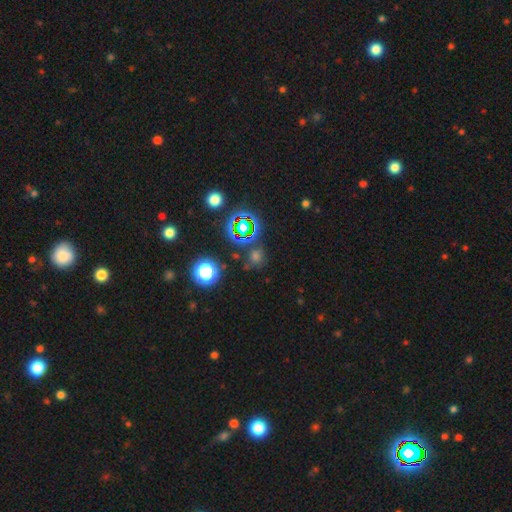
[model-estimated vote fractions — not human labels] Morphology: type=star or artifact (48%).